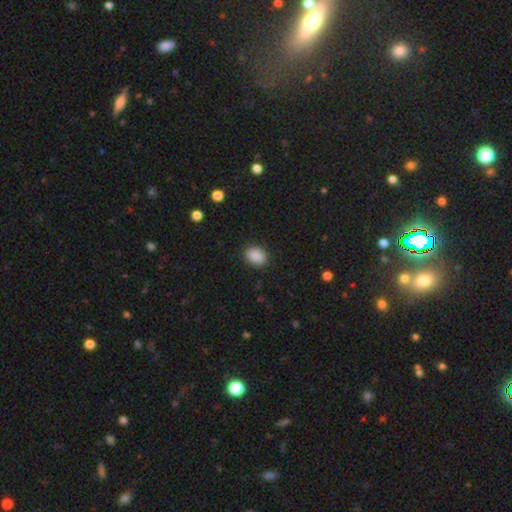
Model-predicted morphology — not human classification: Smooth or featured? Predicted: smooth (p=0.89). How rounded? Predicted: in between (p=0.69). Merging? Predicted: none (p=0.89).